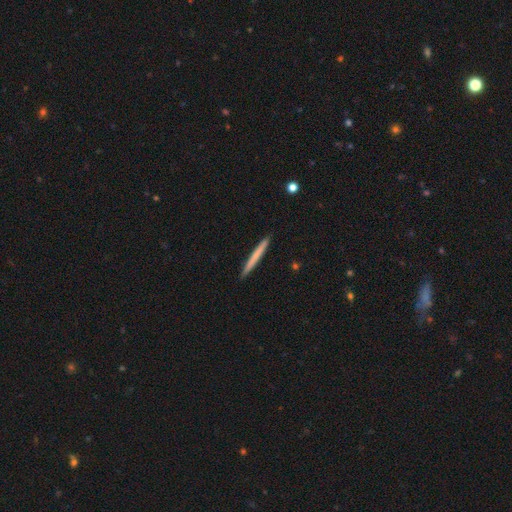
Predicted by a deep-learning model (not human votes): smooth_or_featured: smooth (p=0.63) [alt: featured or disk p=0.32]
how_rounded: cigar-shaped (p=0.97) [alt: in between p=0.02]
merging: none (p=0.93) [alt: minor disturbance p=0.05]